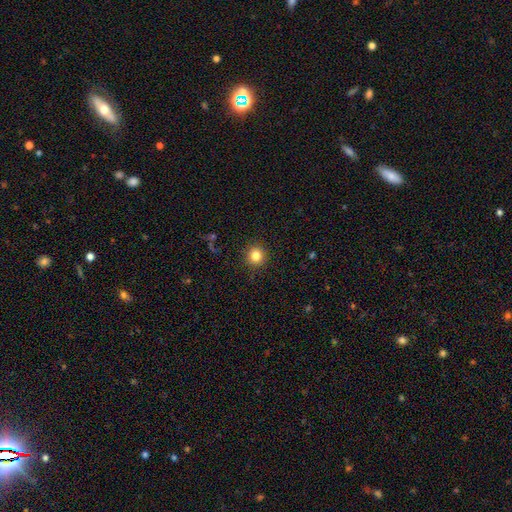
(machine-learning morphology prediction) Smooth or featured: smooth — 83% (star or artifact — 12%)
How rounded: round — 93% (in between — 6%)
Merging: none — 91% (minor disturbance — 6%)